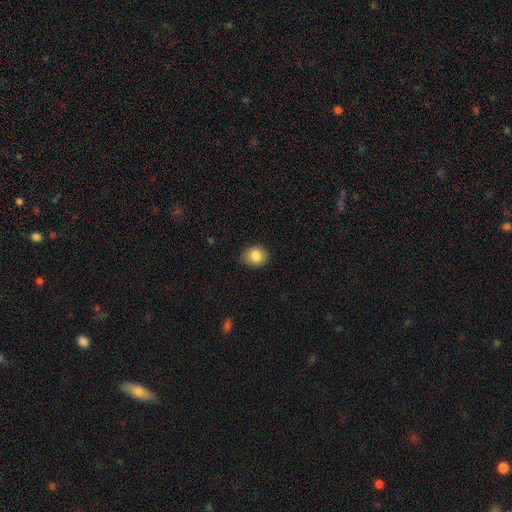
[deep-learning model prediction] Morphology: type=smooth (84%); roundness=round (62%); merging=none (81%).